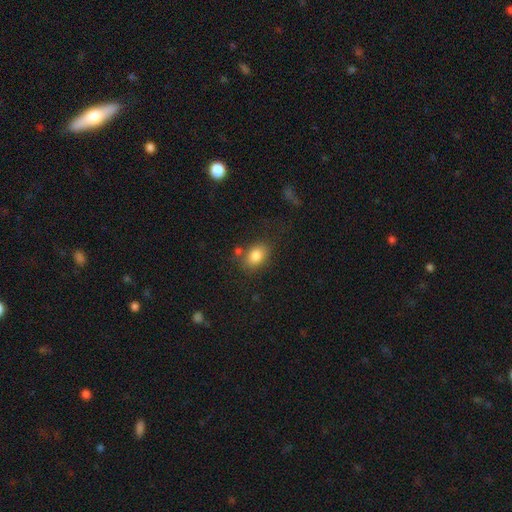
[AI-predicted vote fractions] smooth 83%, star or artifact 9%, featured or disk 8%. Down the decision tree: how rounded — in between (78%); merging — none (71%).